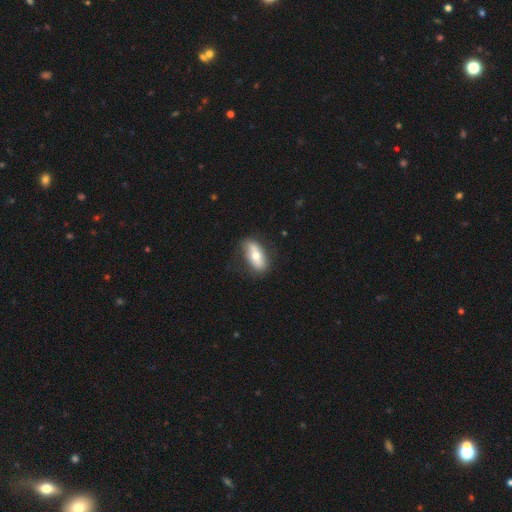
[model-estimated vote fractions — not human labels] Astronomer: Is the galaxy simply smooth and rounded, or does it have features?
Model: smooth — 60%.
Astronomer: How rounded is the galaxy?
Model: in between — 84%.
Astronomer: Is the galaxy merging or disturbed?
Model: none — 76%.